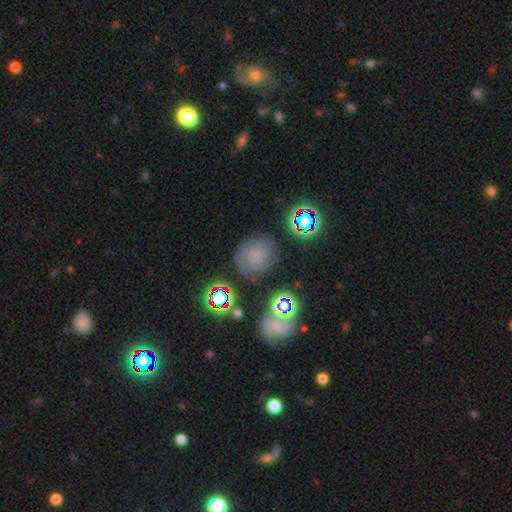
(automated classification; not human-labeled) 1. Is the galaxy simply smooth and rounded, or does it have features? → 57% smooth, 25% star or artifact, 18% featured or disk.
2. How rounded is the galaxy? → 82% round, 16% in between, 1% cigar-shaped.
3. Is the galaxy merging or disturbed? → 73% none, 16% minor disturbance, 7% major disturbance, 5% merger.